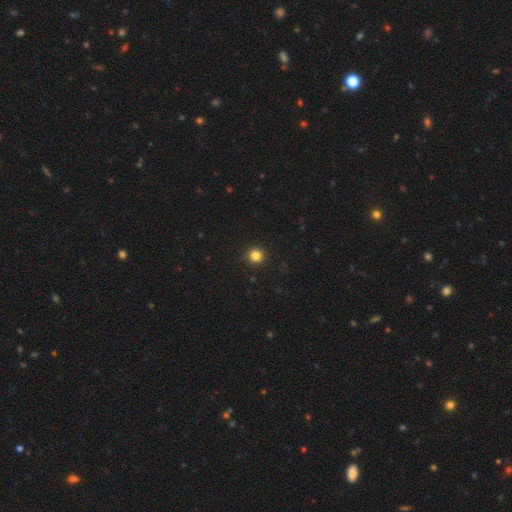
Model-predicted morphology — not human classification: Q: Smooth or featured?
A: smooth (83%); runner-up: star or artifact (13%)
Q: How rounded?
A: round (95%); runner-up: in between (4%)
Q: Merging?
A: none (93%); runner-up: minor disturbance (5%)